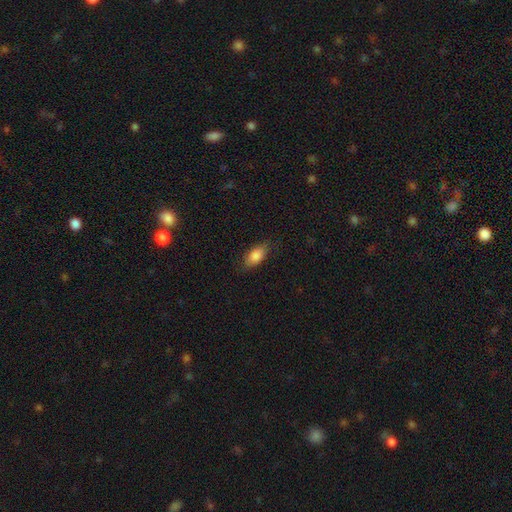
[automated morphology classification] A smooth galaxy with no disk features (84%) that is in between round and cigar-shaped (89%).

Vote fractions:
- Smooth or featured? smooth: 84% / featured or disk: 9% / star or artifact: 7%
- How rounded? in between: 89% / cigar-shaped: 7% / round: 4%
- Merging? none: 78% / minor disturbance: 17% / major disturbance: 4% / merger: 1%